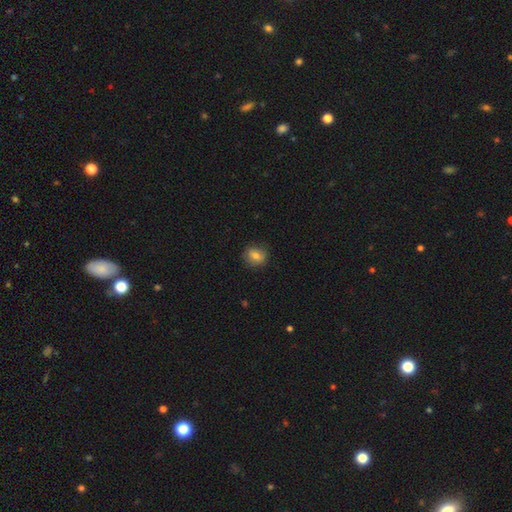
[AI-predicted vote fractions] smooth 78%, featured or disk 12%, star or artifact 10%. Down the decision tree: how rounded — round (68%); merging — none (85%).